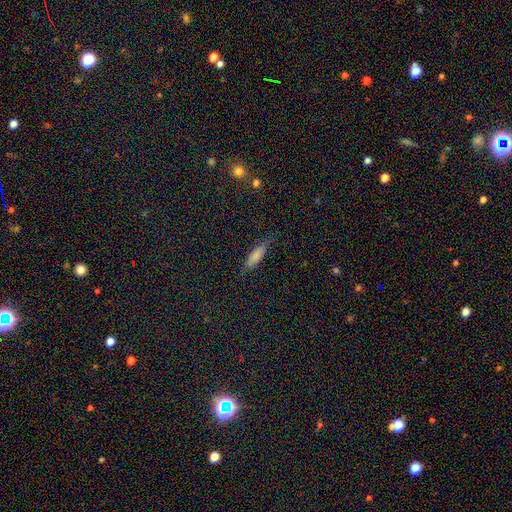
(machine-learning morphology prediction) smooth_or_featured: smooth (p=0.77) [alt: featured or disk p=0.14]
how_rounded: cigar-shaped (p=0.63) [alt: in between p=0.35]
merging: none (p=0.79) [alt: minor disturbance p=0.16]